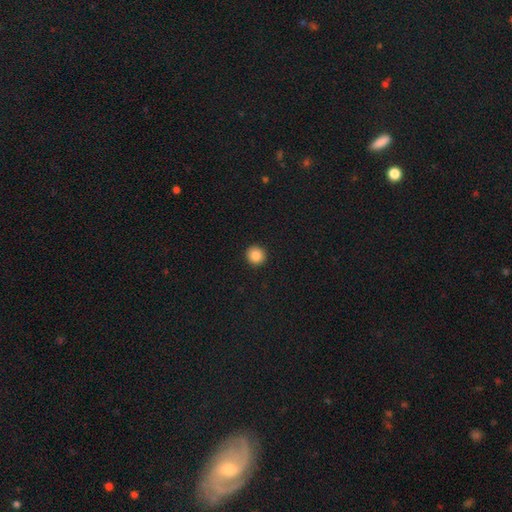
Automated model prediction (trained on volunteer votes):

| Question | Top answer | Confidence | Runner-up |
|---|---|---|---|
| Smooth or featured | smooth | 85% | star or artifact (10%) |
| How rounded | round | 94% | in between (5%) |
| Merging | none | 94% | minor disturbance (4%) |